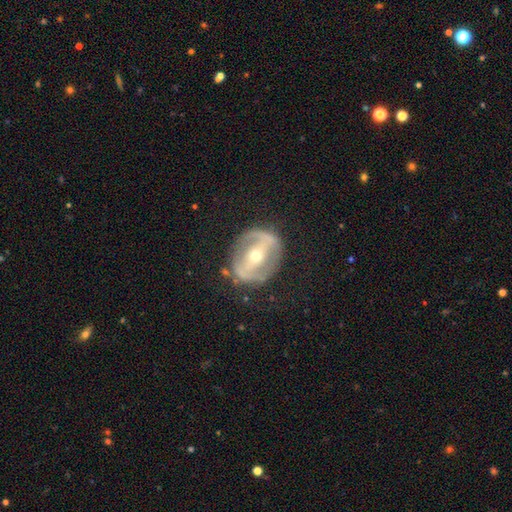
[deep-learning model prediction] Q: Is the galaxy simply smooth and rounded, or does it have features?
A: featured or disk — 81%.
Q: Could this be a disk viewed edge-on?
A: no — 93%.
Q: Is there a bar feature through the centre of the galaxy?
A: strong — 60%.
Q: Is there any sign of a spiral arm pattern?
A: yes — 60%.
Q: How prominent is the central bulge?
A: small — 53%.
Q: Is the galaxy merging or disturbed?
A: none — 78%.